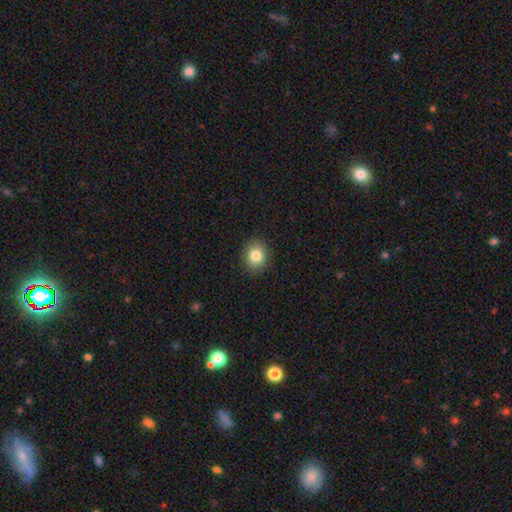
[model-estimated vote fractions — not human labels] Overall: smooth (83%). How rounded: round (70%). Merging: none (90%).